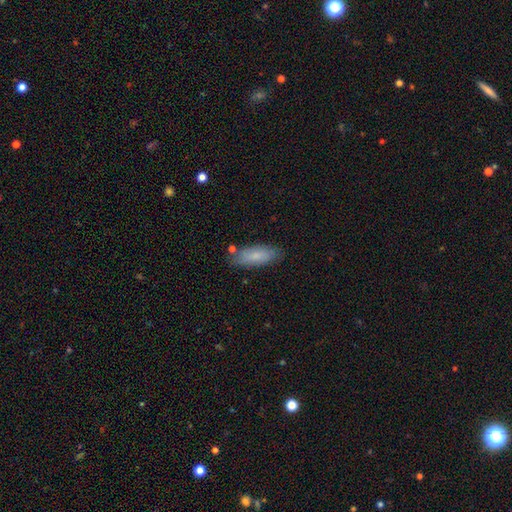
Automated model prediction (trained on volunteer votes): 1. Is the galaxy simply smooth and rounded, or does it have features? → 78% smooth, 16% featured or disk, 7% star or artifact.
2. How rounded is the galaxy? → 70% in between, 28% cigar-shaped, 2% round.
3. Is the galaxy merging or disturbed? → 78% none, 15% minor disturbance, 3% merger, 3% major disturbance.